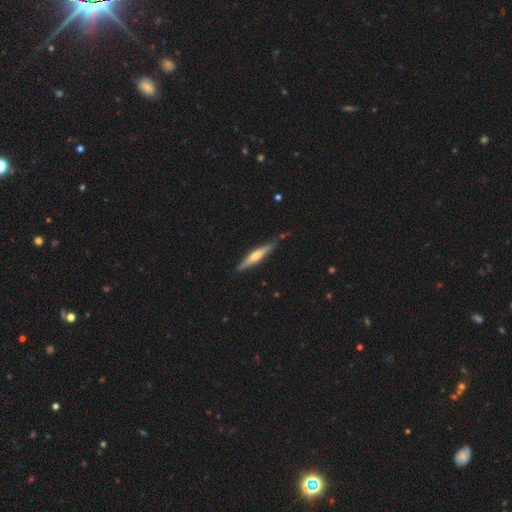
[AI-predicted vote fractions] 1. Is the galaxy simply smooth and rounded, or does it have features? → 60% featured or disk, 35% smooth, 5% star or artifact.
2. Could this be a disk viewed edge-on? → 95% yes, 5% no.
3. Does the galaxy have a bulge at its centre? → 84% rounded, 10% none, 6% boxy.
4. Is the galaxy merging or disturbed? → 79% none, 16% minor disturbance, 3% major disturbance, 2% merger.